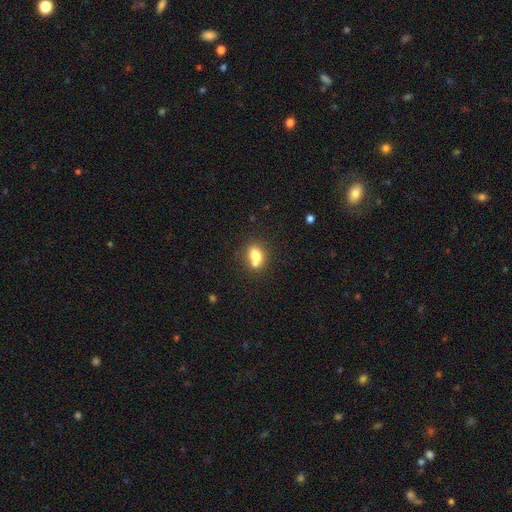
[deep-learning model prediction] smooth_or_featured: smooth (p=0.73) [alt: featured or disk p=0.16]
how_rounded: in between (p=0.62) [alt: round p=0.36]
merging: none (p=0.41) [alt: merger p=0.40]